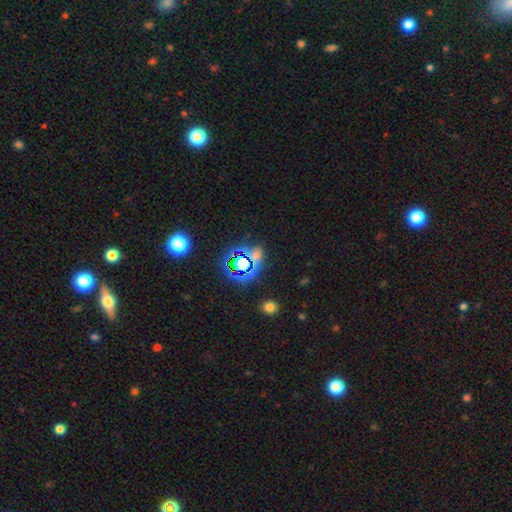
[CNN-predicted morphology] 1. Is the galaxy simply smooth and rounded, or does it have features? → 63% star or artifact, 28% smooth, 10% featured or disk.